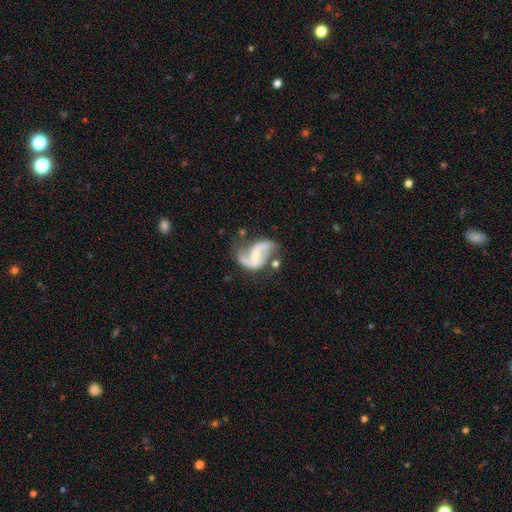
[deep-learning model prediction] The model was most divided on "bar": weak: 46%, no: 30%, strong: 24%. Remaining: edge-on disk — no (98%); spiral arms — yes (96%); spiral arm count — 2 (91%); smooth or featured — featured or disk (89%); spiral winding — loose (57%); merging — none (54%); bulge size — small (48%).